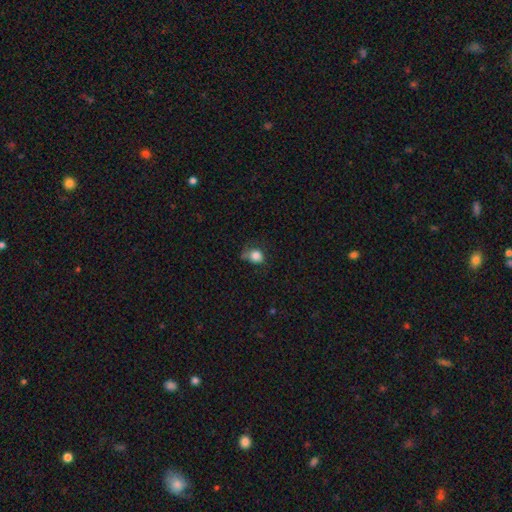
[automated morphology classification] The model was most divided on "merging": none: 47%, minor disturbance: 33%, major disturbance: 16%, merger: 4%. More confident: smooth or featured — smooth (83%); how rounded — round (65%).